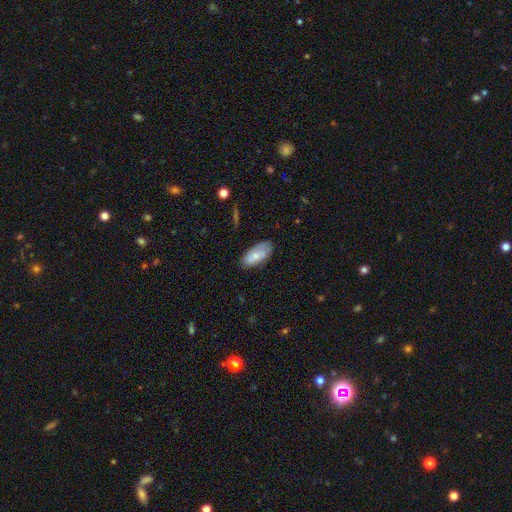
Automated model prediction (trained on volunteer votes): smooth_or_featured: smooth (p=0.68) [alt: featured or disk p=0.26]
how_rounded: in between (p=0.90) [alt: cigar-shaped p=0.07]
merging: none (p=0.76) [alt: minor disturbance p=0.19]